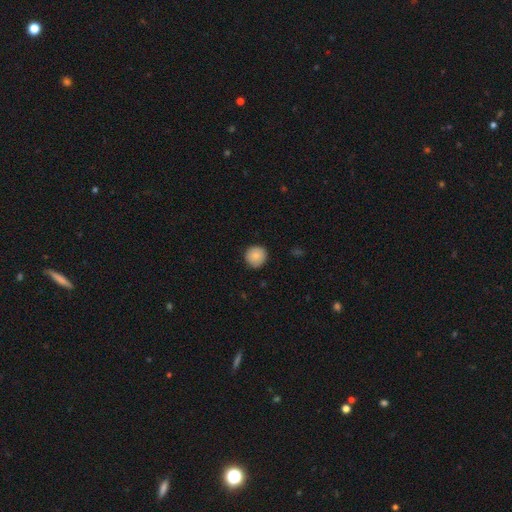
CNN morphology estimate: Smooth or featured? Predicted: smooth (p=0.83). How rounded? Predicted: round (p=0.94). Merging? Predicted: none (p=0.88).